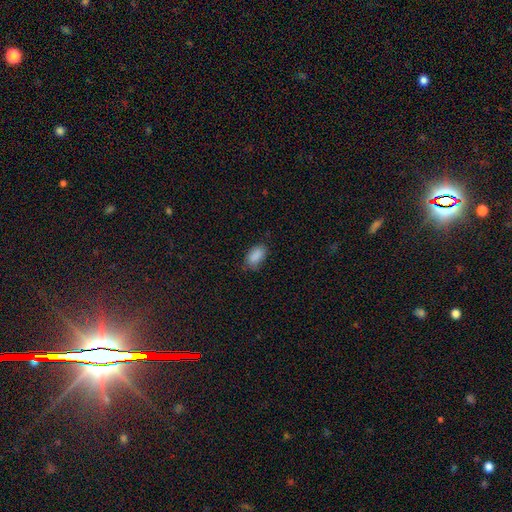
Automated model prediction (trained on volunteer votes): smooth 89%, star or artifact 8%, featured or disk 4%. Down the decision tree: how rounded — in between (93%); merging — none (75%).